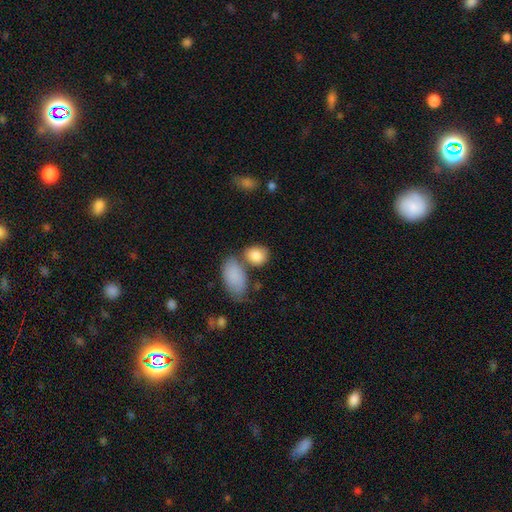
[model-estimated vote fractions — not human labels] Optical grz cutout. It shows a smooth galaxy with no disk features (86%) that is in between round and cigar-shaped (64%). Merging: none (54%).